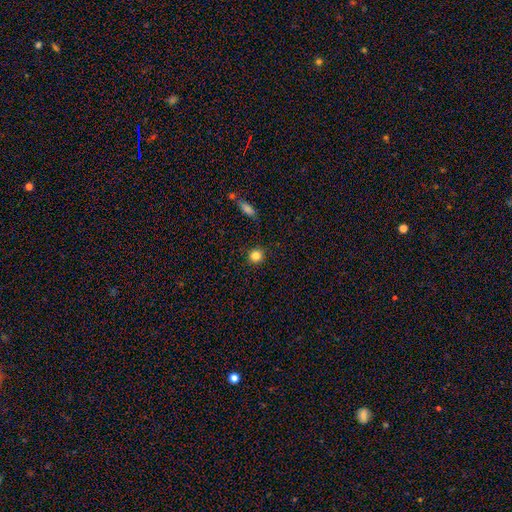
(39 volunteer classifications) This appears to be a smooth galaxy with no disk features (92%) that is round (92%). Merging: none (92%).